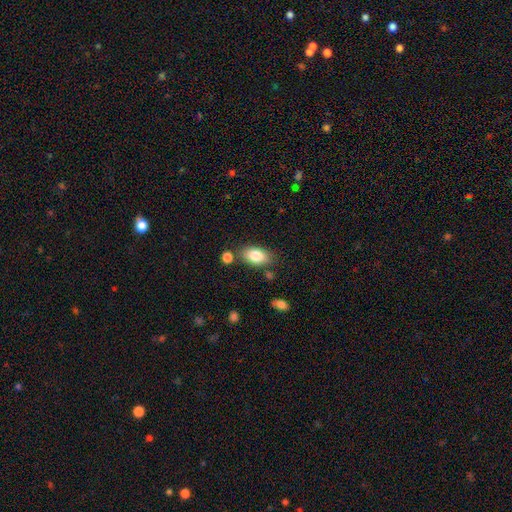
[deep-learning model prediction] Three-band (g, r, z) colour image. It shows a smooth galaxy with no disk features (84%) that is in between round and cigar-shaped (92%). Merging: none (77%).